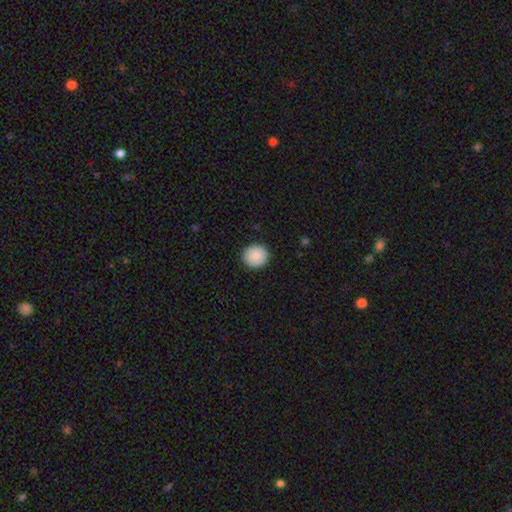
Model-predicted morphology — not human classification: Smooth or featured? Predicted: smooth (p=0.90). How rounded? Predicted: round (p=0.90). Merging? Predicted: none (p=0.91).